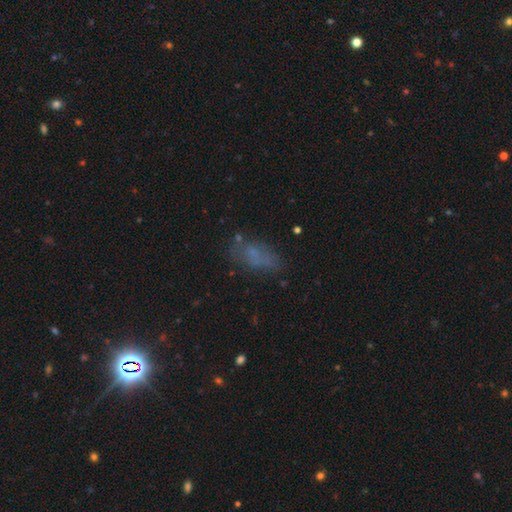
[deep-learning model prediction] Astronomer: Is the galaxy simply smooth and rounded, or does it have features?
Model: smooth — 60%.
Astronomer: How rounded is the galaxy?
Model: in between — 80%.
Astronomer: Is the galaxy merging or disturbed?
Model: none — 58%.